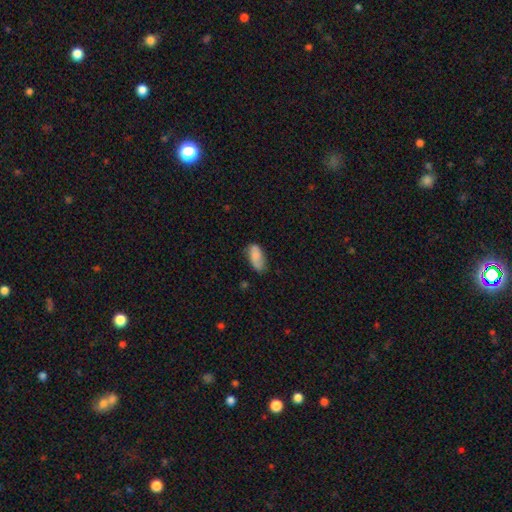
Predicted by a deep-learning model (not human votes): smooth-or-featured: smooth: 80% | featured or disk: 13% | star or artifact: 7%
  how-rounded: in between: 91% | cigar-shaped: 6% | round: 3%
  merging: none: 64% | minor disturbance: 28% | major disturbance: 6% | merger: 2%